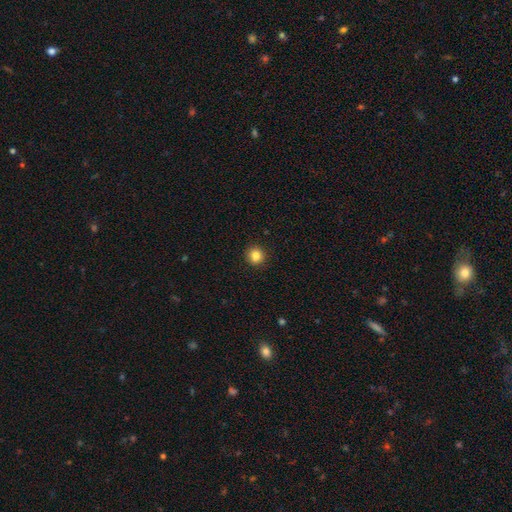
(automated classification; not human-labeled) Smooth or featured?
  - smooth: 84% *
  - star or artifact: 10%
  - featured or disk: 5%
How rounded?
  - round: 91% *
  - in between: 8%
  - cigar-shaped: 1%
Merging?
  - none: 92% *
  - minor disturbance: 5%
  - major disturbance: 2%
  - merger: 1%